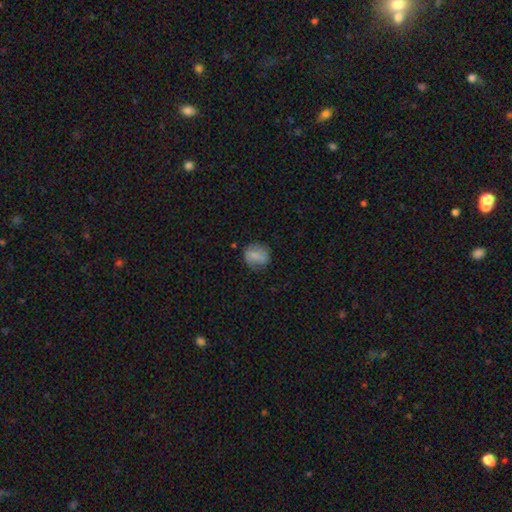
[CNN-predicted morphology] type=smooth (76%); roundness=round (73%); merging=none (74%).